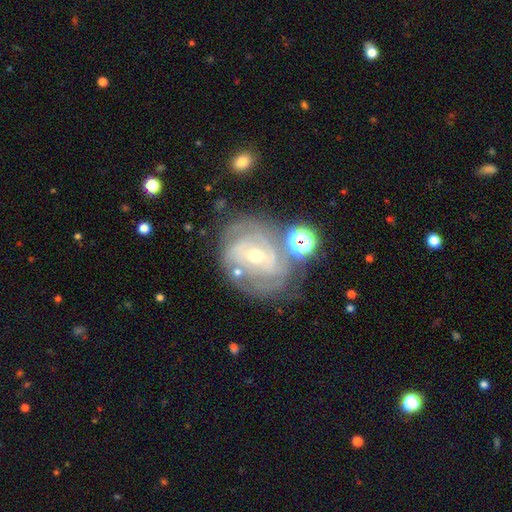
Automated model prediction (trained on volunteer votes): smooth_or_featured: featured or disk (p=0.83) [alt: smooth p=0.09]
disk_edge_on: no (p=0.96) [alt: yes p=0.04]
bar: no (p=0.41) [alt: weak p=0.40]
has_spiral_arms: yes (p=0.90) [alt: no p=0.10]
spiral_winding: tight (p=0.68) [alt: medium p=0.26]
spiral_arm_count: can't tell (p=0.38) [alt: 2 p=0.28]
bulge_size: small (p=0.50) [alt: moderate p=0.46]
merging: none (p=0.63) [alt: minor disturbance p=0.19]